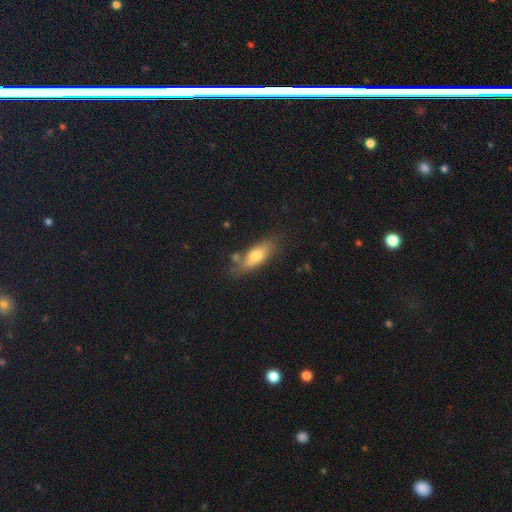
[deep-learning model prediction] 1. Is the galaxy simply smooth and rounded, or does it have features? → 69% smooth, 23% featured or disk, 7% star or artifact.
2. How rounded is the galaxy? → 67% in between, 30% cigar-shaped, 3% round.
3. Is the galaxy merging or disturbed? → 65% none, 21% minor disturbance, 8% merger, 6% major disturbance.